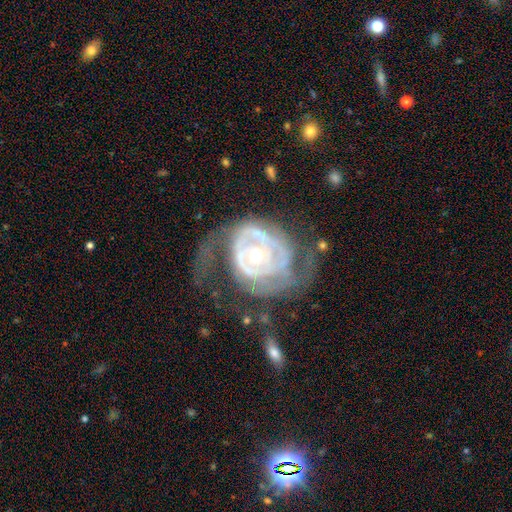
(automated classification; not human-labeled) smooth-or-featured: featured or disk: 84% | smooth: 11% | star or artifact: 5%
  disk-edge-on: no: 97% | yes: 3%
    bar: no: 77% | weak: 17% | strong: 6%
    has-spiral-arms: yes: 75% | no: 25%
      spiral-winding: tight: 60% | medium: 26% | loose: 15%
      spiral-arm-count: can't tell: 37% | 2: 30% | 1: 12% | 3: 12% | 4: 5% | more than 4: 4%
    bulge-size: moderate: 69% | small: 22% | large: 7% | dominant: 1% | none: 1%
  merging: major disturbance: 40% | none: 35% | minor disturbance: 21% | merger: 3%